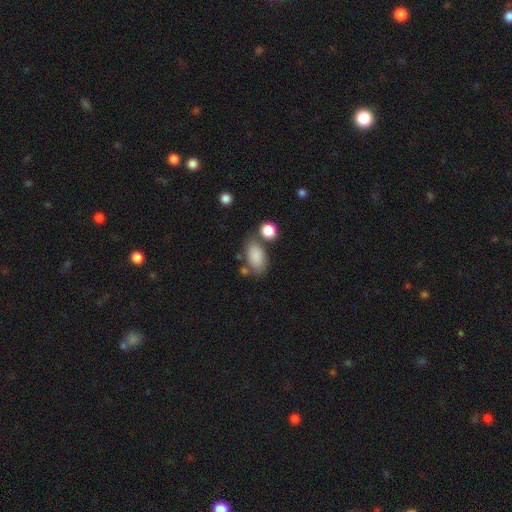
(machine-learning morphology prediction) smooth 85%, star or artifact 8%, featured or disk 7%. Down the decision tree: how rounded — in between (90%); merging — none (63%).